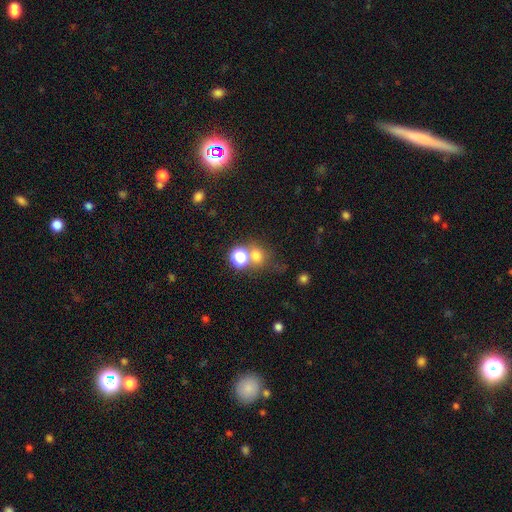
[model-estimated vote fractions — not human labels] Morphology: type=smooth (66%); roundness=round (79%); merging=none (52%).